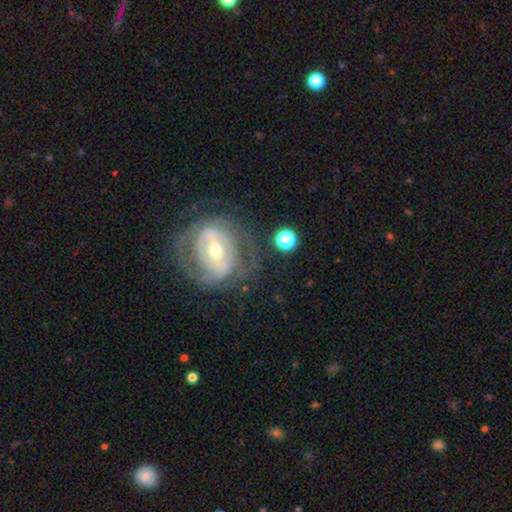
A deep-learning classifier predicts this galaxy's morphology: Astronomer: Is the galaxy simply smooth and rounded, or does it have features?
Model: featured or disk — 72%.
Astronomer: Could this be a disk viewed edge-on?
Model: no — 94%.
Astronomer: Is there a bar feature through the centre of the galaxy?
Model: weak — 39% (runner-up: strong, 35%).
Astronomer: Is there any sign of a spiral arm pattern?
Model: yes — 75%.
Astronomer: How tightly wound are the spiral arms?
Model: tight — 56% (runner-up: medium, 31%).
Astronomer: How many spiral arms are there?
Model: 2 — 43% (runner-up: can't tell, 37%).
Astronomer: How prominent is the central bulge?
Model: small — 49% (runner-up: moderate, 46%).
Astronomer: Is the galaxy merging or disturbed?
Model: none — 70%.